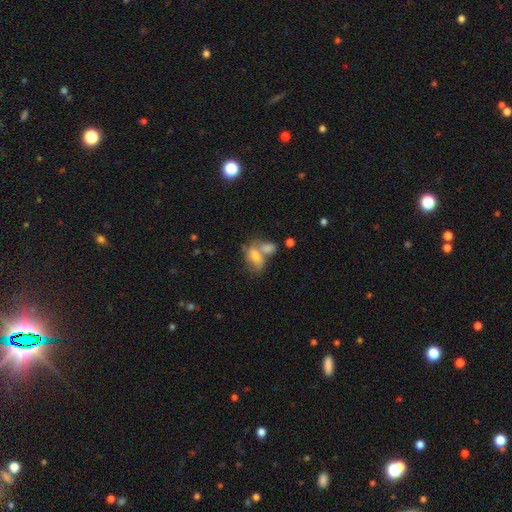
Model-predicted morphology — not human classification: This appears to be a smooth galaxy with no disk features (56%) that is in between round and cigar-shaped (83%). Merging: merger (51%).